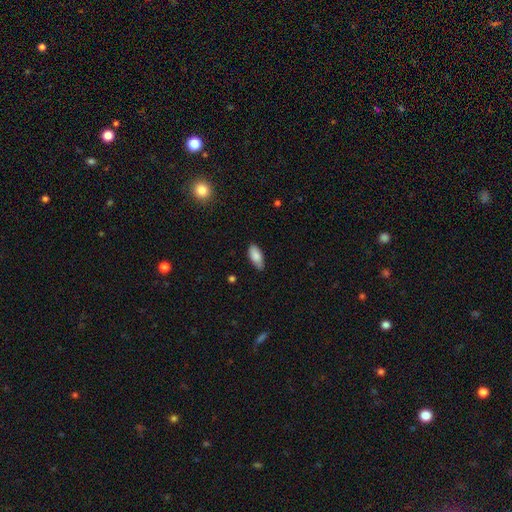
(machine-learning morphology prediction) smooth-or-featured: smooth: 85% | featured or disk: 8% | star or artifact: 6%
  how-rounded: in between: 88% | cigar-shaped: 10% | round: 2%
  merging: none: 73% | minor disturbance: 22% | major disturbance: 3% | merger: 1%